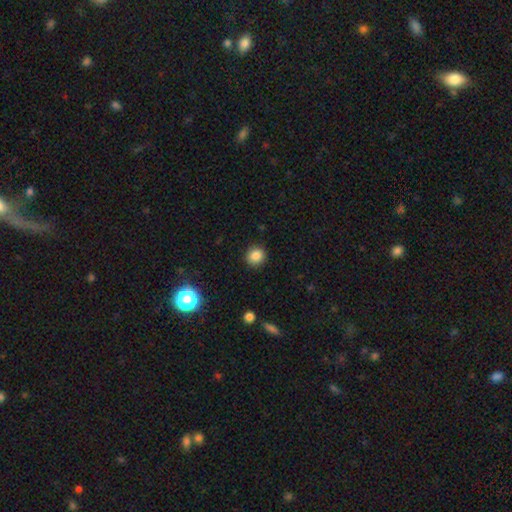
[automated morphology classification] Overall: smooth (84%). How rounded: round (90%). Merging: none (91%).